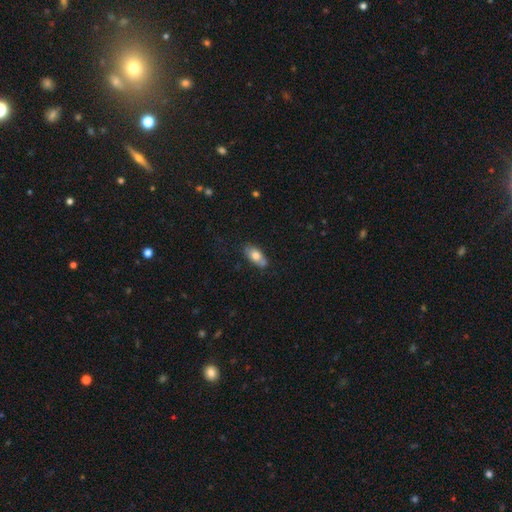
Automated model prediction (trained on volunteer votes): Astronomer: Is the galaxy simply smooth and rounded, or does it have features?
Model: smooth — 73%.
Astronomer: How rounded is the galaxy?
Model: in between — 88%.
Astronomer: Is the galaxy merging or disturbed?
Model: none — 75%.